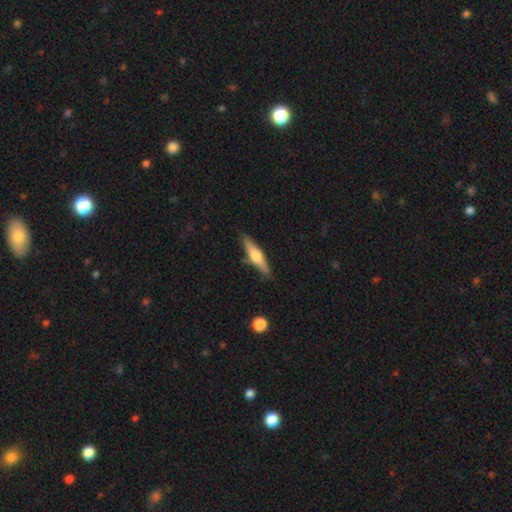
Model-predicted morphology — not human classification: The model was most divided on "smooth or featured": featured or disk: 54%, smooth: 40%, star or artifact: 6%. More confident: edge-on disk — yes (95%); edge-on bulge — rounded (90%); merging — none (85%).